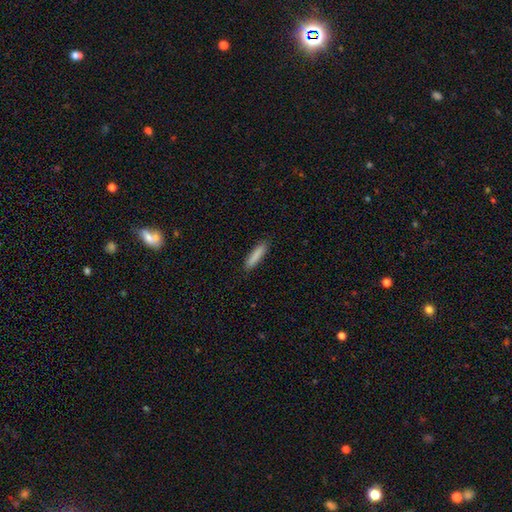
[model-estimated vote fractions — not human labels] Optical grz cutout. It shows a smooth galaxy with no disk features (87%) that is cigar-shaped (82%). Merging: none (89%).